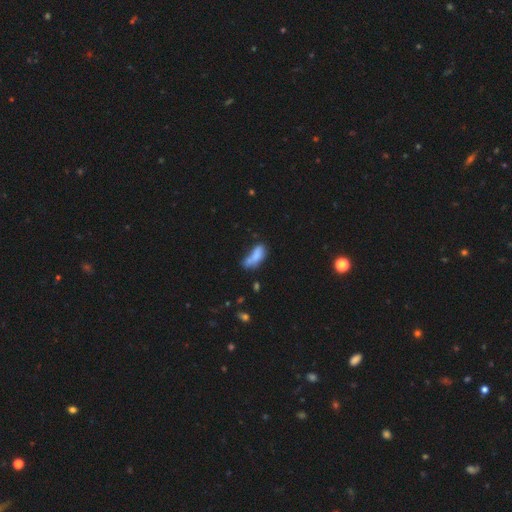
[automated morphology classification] A smooth galaxy with no disk features (76%) that is in between round and cigar-shaped (71%).

Vote fractions:
- Smooth or featured? smooth: 76% / featured or disk: 15% / star or artifact: 9%
- How rounded? in between: 71% / cigar-shaped: 27% / round: 3%
- Merging? none: 31% / merger: 26% / minor disturbance: 25% / major disturbance: 17%